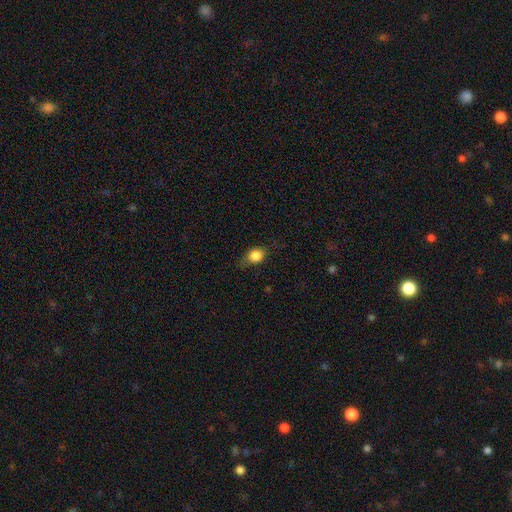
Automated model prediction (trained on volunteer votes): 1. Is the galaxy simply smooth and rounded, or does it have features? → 82% smooth, 9% star or artifact, 8% featured or disk.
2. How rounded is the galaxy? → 53% round, 45% in between, 2% cigar-shaped.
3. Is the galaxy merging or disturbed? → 65% none, 25% minor disturbance, 8% major disturbance, 1% merger.